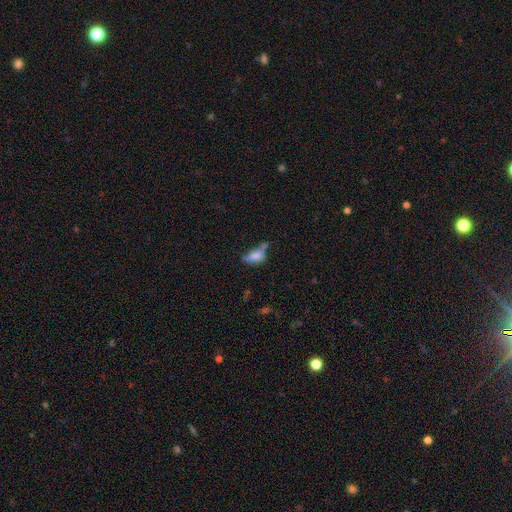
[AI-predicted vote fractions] This appears to be a smooth galaxy with no disk features (64%) that is in between round and cigar-shaped (82%). Merging: none (29%).